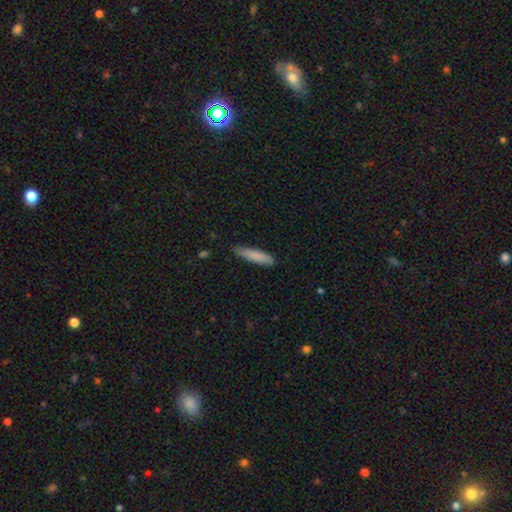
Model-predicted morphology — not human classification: Smooth or featured: smooth — 85% (featured or disk — 10%)
How rounded: cigar-shaped — 82% (in between — 17%)
Merging: none — 85% (minor disturbance — 12%)